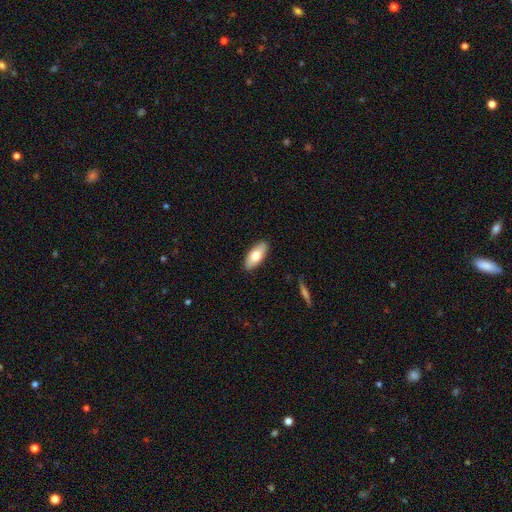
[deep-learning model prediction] smooth-or-featured: smooth: 74% | featured or disk: 20% | star or artifact: 6%
  how-rounded: in between: 84% | cigar-shaped: 14% | round: 2%
  merging: none: 89% | minor disturbance: 8% | major disturbance: 2% | merger: 1%